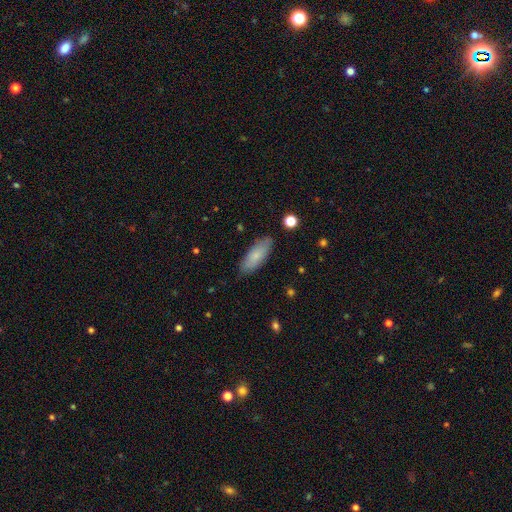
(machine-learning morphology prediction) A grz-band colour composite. It shows a smooth galaxy with no disk features (80%) that is in between round and cigar-shaped (70%). Merging: none (85%).